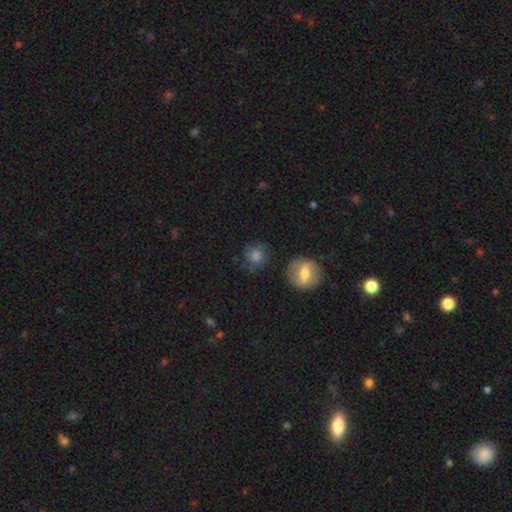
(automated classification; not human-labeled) A smooth galaxy with no disk features (68%) that is round (84%). Merging: none (73%).